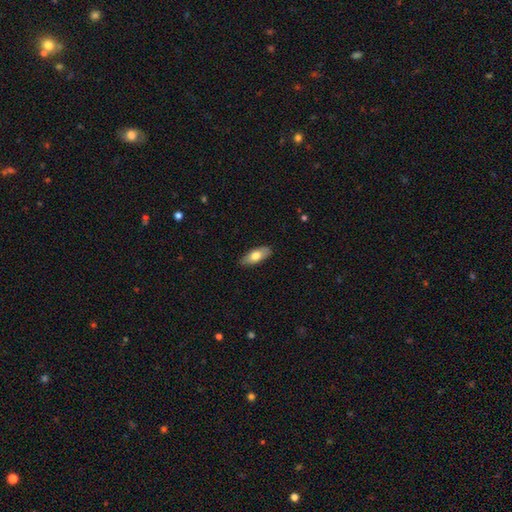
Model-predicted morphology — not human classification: Overall: smooth (73%). How rounded: in between (81%). Merging: none (85%).